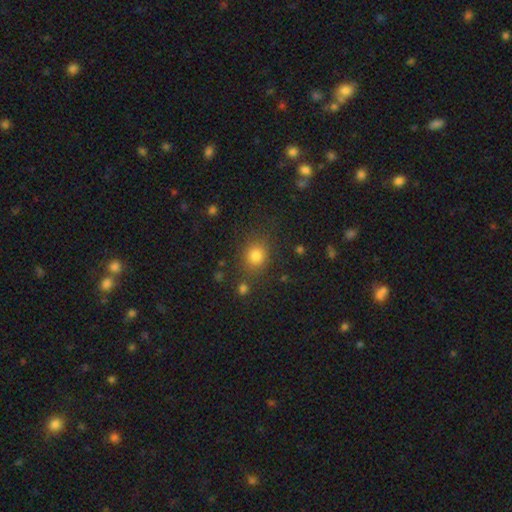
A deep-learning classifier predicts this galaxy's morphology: Smooth or featured?
  - smooth: 81% *
  - star or artifact: 14%
  - featured or disk: 6%
How rounded?
  - round: 75% *
  - in between: 24%
  - cigar-shaped: 1%
Merging?
  - none: 80% *
  - minor disturbance: 11%
  - major disturbance: 5%
  - merger: 4%